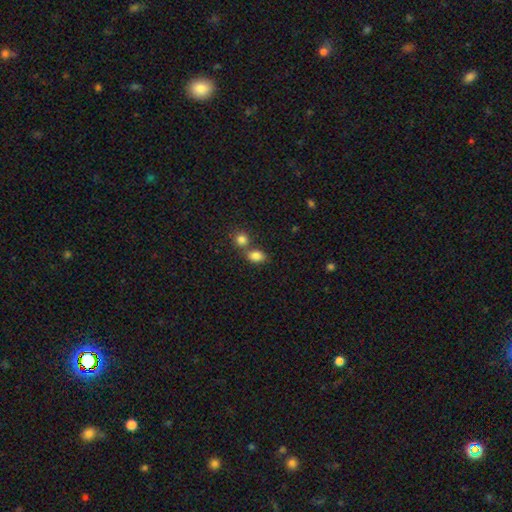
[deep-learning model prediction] Smooth or featured: smooth — 84% (star or artifact — 10%)
How rounded: in between — 78% (round — 21%)
Merging: none — 51% (merger — 35%)